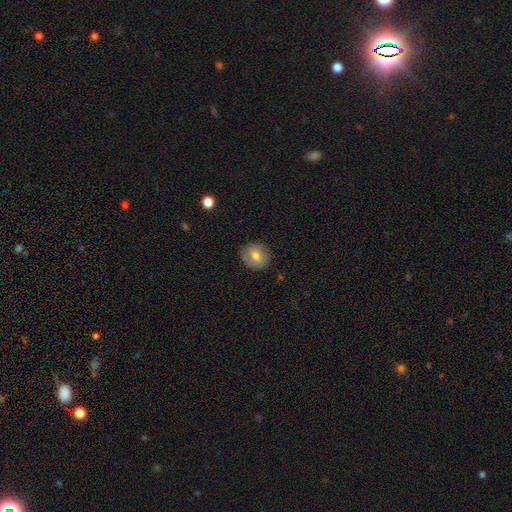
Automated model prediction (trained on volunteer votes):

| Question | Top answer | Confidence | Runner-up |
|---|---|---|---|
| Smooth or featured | smooth | 69% | featured or disk (22%) |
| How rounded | round | 84% | in between (15%) |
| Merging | none | 86% | minor disturbance (10%) |